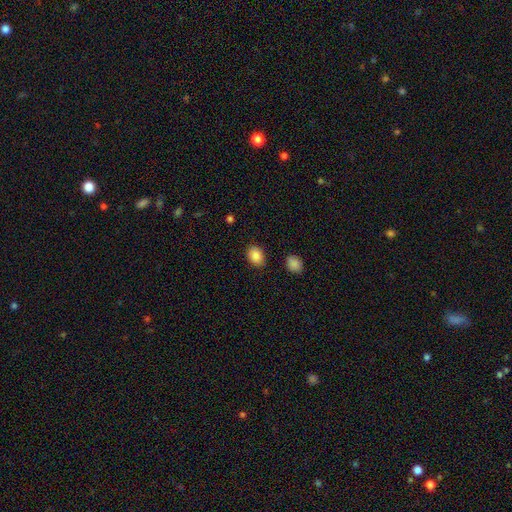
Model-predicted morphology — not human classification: smooth_or_featured: smooth (p=0.87) [alt: star or artifact p=0.08]
how_rounded: in between (p=0.75) [alt: round p=0.24]
merging: none (p=0.86) [alt: minor disturbance p=0.09]